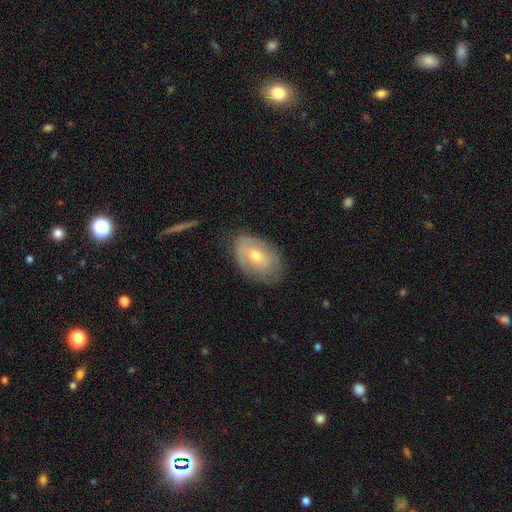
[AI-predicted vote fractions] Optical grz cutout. It shows a featured or disk galaxy (48%). Merging: none (68%).